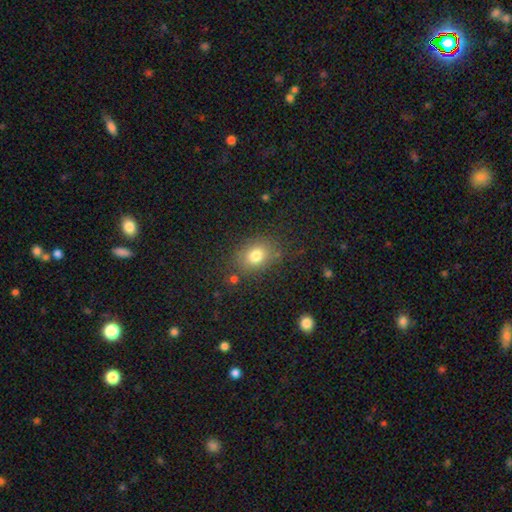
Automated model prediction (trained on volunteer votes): Overall: smooth (78%). How rounded: in between (58%; round 41%). Merging: none (80%).